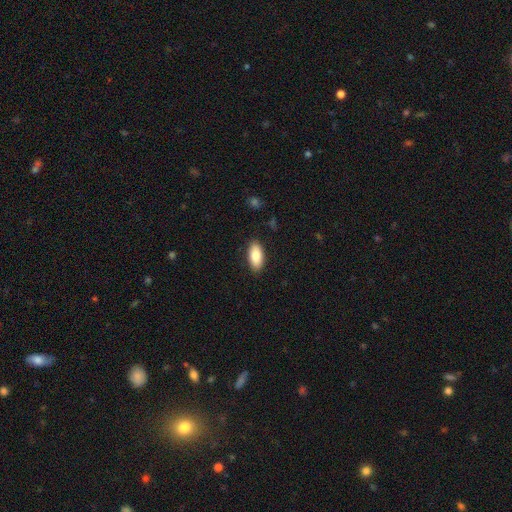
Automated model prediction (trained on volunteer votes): Smooth or featured: smooth — 86% (featured or disk — 8%)
How rounded: in between — 89% (cigar-shaped — 9%)
Merging: none — 89% (minor disturbance — 8%)